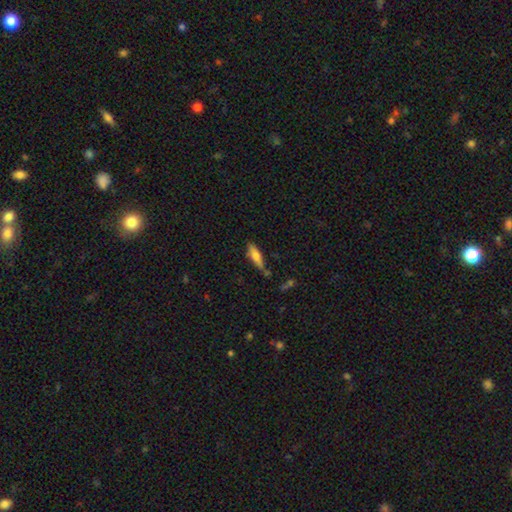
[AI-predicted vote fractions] A smooth galaxy with no disk features (59%) that is cigar-shaped (65%).

Vote fractions:
- Smooth or featured? smooth: 59% / featured or disk: 34% / star or artifact: 7%
- How rounded? cigar-shaped: 65% / in between: 33% / round: 2%
- Merging? none: 70% / minor disturbance: 19% / merger: 6% / major disturbance: 4%